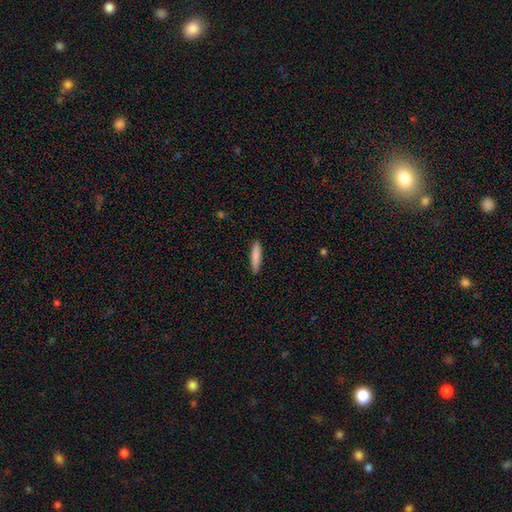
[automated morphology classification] Smooth or featured? Predicted: smooth (p=0.83). How rounded? Predicted: cigar-shaped (p=0.85). Merging? Predicted: none (p=0.88).